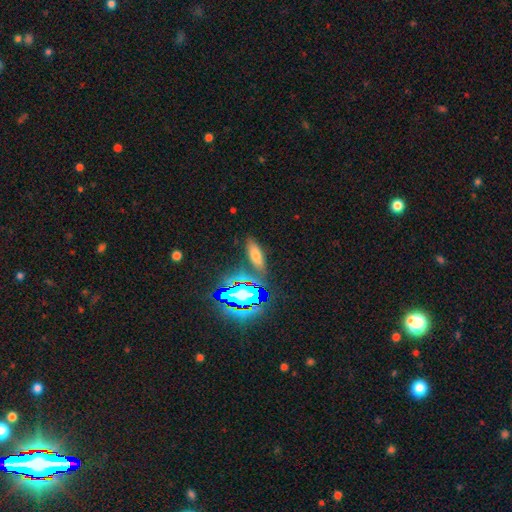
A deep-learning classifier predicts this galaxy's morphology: smooth_or_featured: smooth (p=0.57) [alt: star or artifact p=0.26]
how_rounded: in between (p=0.64) [alt: cigar-shaped p=0.31]
merging: none (p=0.81) [alt: minor disturbance p=0.10]